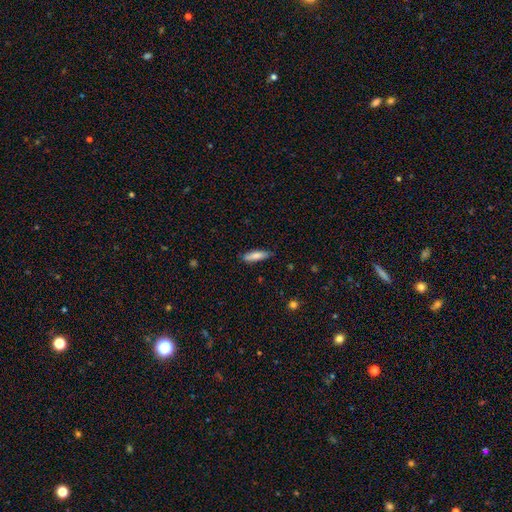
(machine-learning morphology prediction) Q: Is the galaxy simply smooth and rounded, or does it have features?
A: smooth — 79%.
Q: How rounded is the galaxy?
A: cigar-shaped — 64%.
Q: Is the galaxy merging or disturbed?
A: none — 81%.